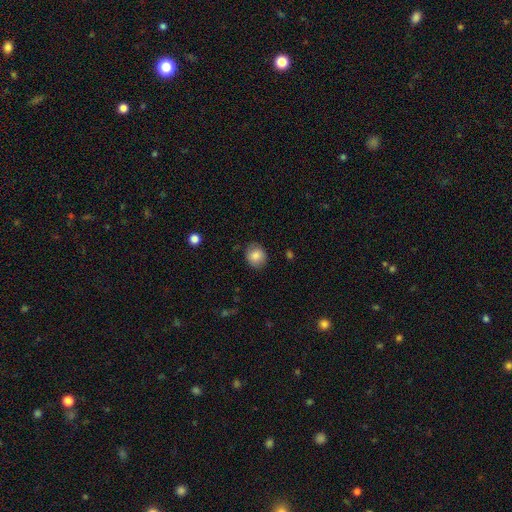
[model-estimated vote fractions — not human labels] The model was most divided on "how rounded": round: 68%, in between: 31%, cigar-shaped: 1%. More confident: smooth or featured — smooth (84%); merging — none (82%).